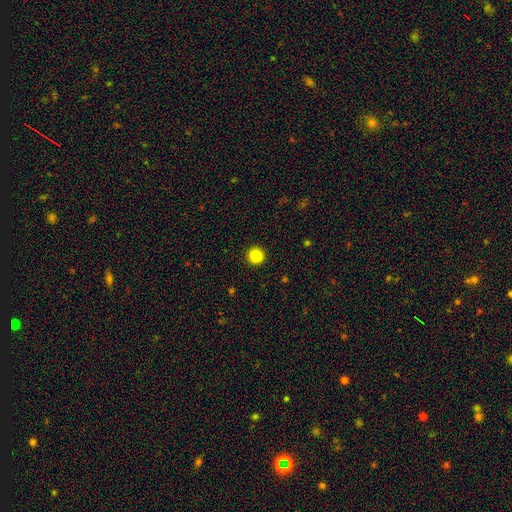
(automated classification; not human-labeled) A smooth galaxy with no disk features (87%) that is round (95%).

Vote fractions:
- Smooth or featured? smooth: 87% / star or artifact: 10% / featured or disk: 3%
- How rounded? round: 95% / in between: 5% / cigar-shaped: 1%
- Merging? none: 92% / minor disturbance: 5% / major disturbance: 2% / merger: 1%